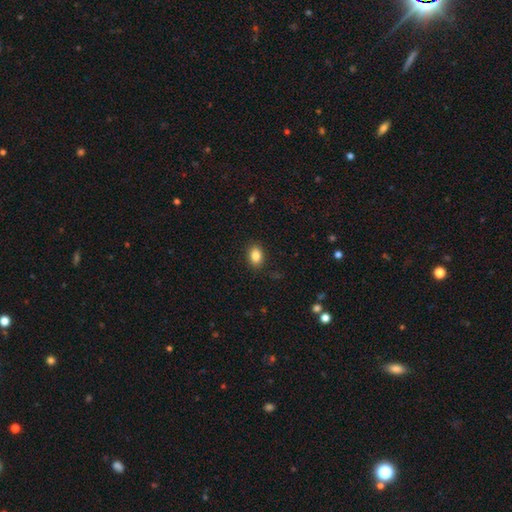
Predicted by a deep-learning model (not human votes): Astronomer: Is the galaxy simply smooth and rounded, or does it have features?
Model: smooth — 85%.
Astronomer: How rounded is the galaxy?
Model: in between — 77%.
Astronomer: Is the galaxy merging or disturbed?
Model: none — 89%.